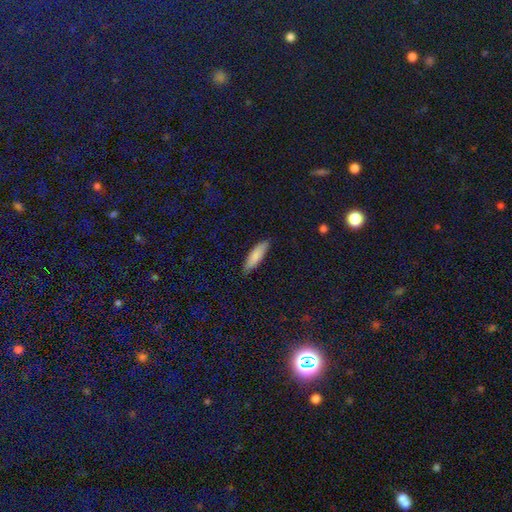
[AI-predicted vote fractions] Smooth or featured? Predicted: smooth (p=0.82). How rounded? Predicted: cigar-shaped (p=0.56). Merging? Predicted: none (p=0.87).